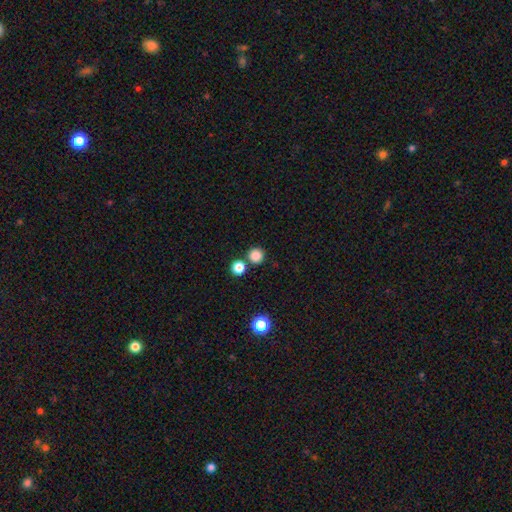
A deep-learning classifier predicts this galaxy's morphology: A smooth galaxy with no disk features (84%) that is round (95%).

Vote fractions:
- Smooth or featured? smooth: 84% / star or artifact: 12% / featured or disk: 3%
- How rounded? round: 95% / in between: 4% / cigar-shaped: 1%
- Merging? none: 80% / merger: 12% / minor disturbance: 6% / major disturbance: 2%